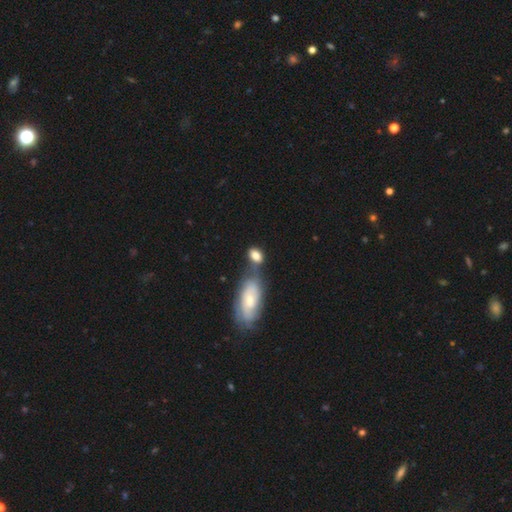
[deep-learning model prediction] Smooth or featured?
  - smooth: 73% *
  - featured or disk: 18%
  - star or artifact: 9%
How rounded?
  - in between: 81% *
  - round: 16%
  - cigar-shaped: 4%
Merging?
  - none: 38% *
  - merger: 37%
  - minor disturbance: 17%
  - major disturbance: 8%